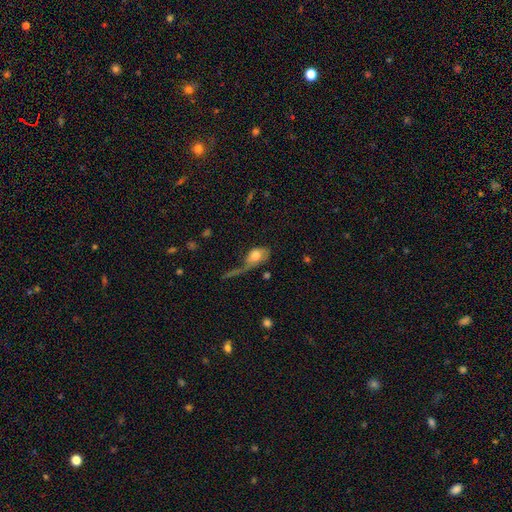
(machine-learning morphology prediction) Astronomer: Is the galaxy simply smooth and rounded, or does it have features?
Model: smooth — 63%.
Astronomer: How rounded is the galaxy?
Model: in between — 84%.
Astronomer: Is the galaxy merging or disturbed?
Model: major disturbance — 47%.